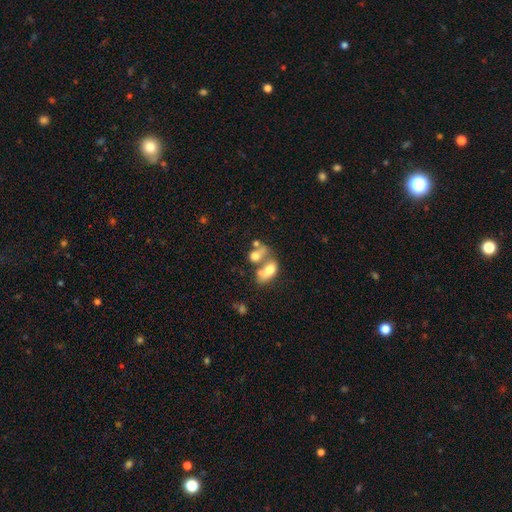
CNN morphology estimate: Smooth or featured: smooth — 65% (featured or disk — 23%)
How rounded: in between — 67% (round — 30%)
Merging: merger — 62% (none — 21%)